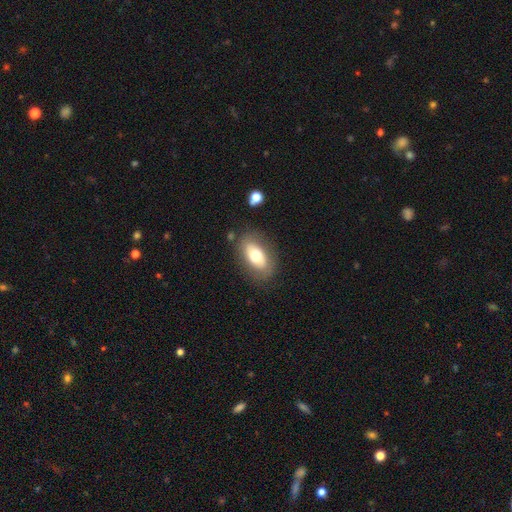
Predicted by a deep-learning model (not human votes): Q: Smooth or featured?
A: smooth (67%); runner-up: featured or disk (26%)
Q: How rounded?
A: in between (90%); runner-up: round (7%)
Q: Merging?
A: none (80%); runner-up: minor disturbance (13%)